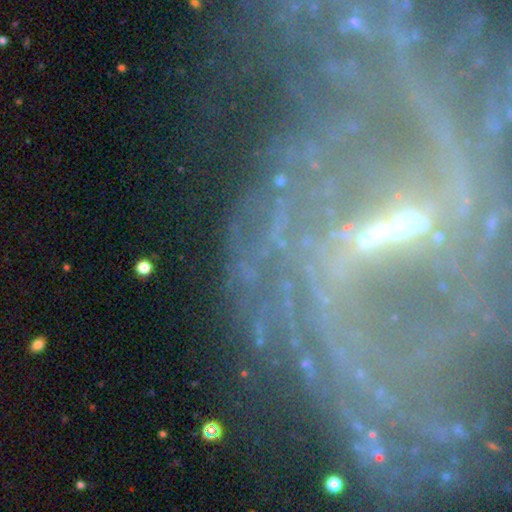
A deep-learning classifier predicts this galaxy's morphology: Smooth or featured? Predicted: featured or disk (p=0.79). Edge-on disk? Predicted: no (p=0.90). Bar? Predicted: strong (p=0.61). Spiral arms? Predicted: yes (p=0.84). Spiral winding? Predicted: tight (p=0.47). Spiral arm count? Predicted: can't tell (p=0.31). Bulge size? Predicted: small (p=0.47). Merging? Predicted: none (p=0.60).